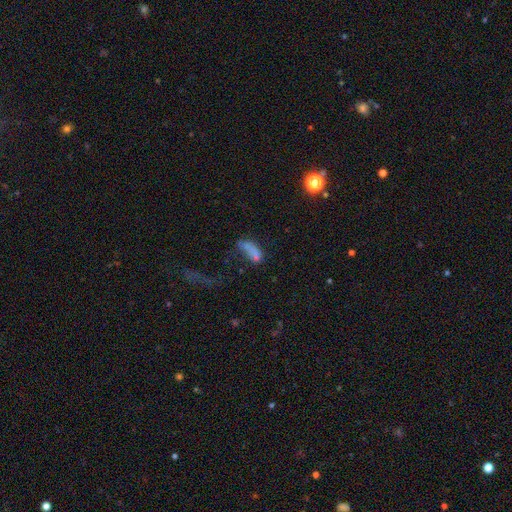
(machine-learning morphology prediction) smooth 57%, star or artifact 23%, featured or disk 20%. Down the decision tree: how rounded — in between (62%); merging — major disturbance (38%).